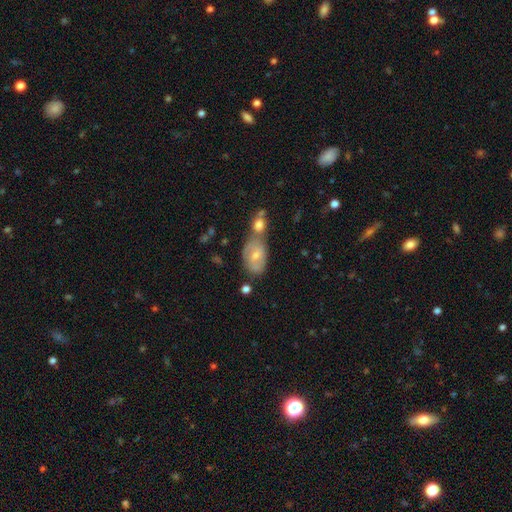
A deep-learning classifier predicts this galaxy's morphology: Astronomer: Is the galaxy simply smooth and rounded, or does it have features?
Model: smooth — 53% (runner-up: featured or disk, 39%).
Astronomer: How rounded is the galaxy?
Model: in between — 84%.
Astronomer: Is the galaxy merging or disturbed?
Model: merger — 41% (runner-up: none, 36%).